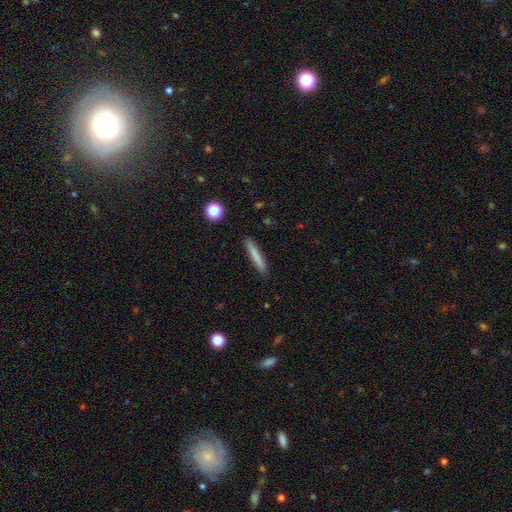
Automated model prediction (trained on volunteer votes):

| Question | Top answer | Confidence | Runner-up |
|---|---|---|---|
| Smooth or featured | smooth | 78% | featured or disk (16%) |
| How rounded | cigar-shaped | 94% | in between (4%) |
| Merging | none | 90% | minor disturbance (7%) |